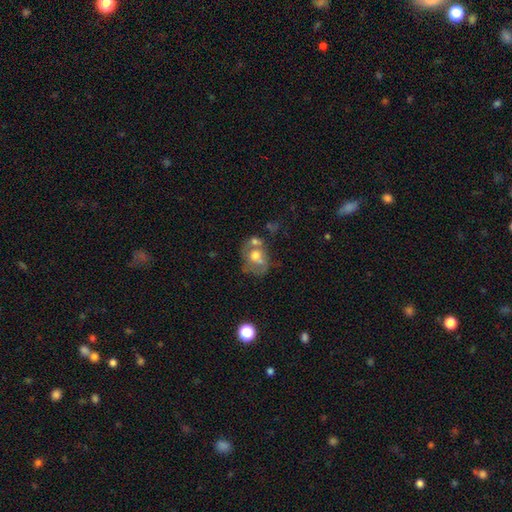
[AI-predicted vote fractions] Smooth or featured? Predicted: smooth (p=0.47). Merging? Predicted: merger (p=0.41).